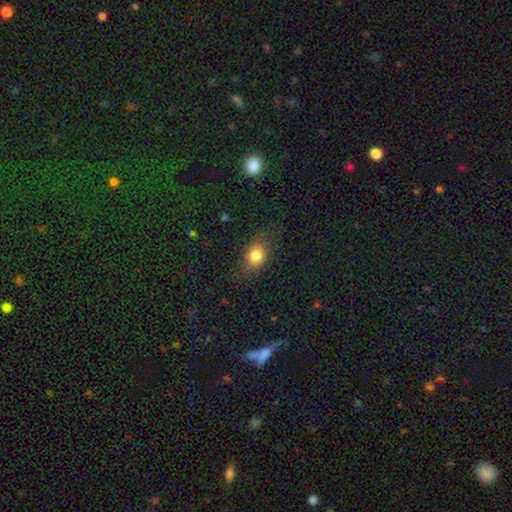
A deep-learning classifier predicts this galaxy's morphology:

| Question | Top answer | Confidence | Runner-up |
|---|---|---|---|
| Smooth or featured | smooth | 79% | star or artifact (11%) |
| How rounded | in between | 61% | round (35%) |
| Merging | none | 73% | minor disturbance (18%) |